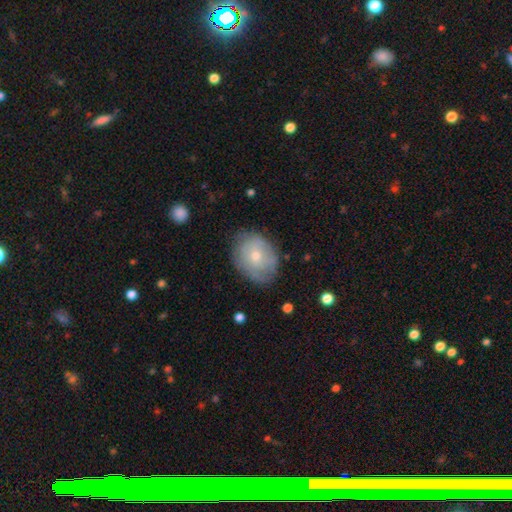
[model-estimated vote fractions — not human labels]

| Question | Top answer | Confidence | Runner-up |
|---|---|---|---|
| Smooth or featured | smooth | 55% | featured or disk (38%) |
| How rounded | in between | 60% | round (39%) |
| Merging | none | 69% | minor disturbance (23%) |